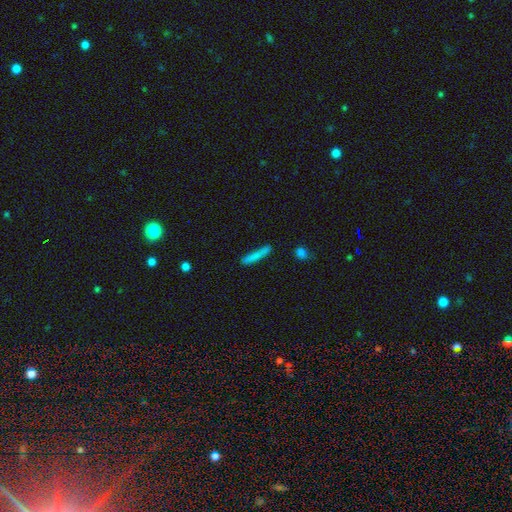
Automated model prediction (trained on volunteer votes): smooth 77%, featured or disk 15%, star or artifact 8%. Down the decision tree: how rounded — cigar-shaped (93%); merging — none (76%).